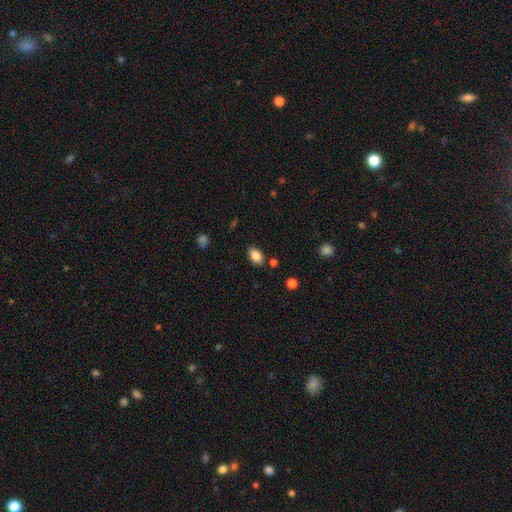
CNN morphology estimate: Q: Smooth or featured?
A: smooth (85%); runner-up: star or artifact (9%)
Q: How rounded?
A: in between (88%); runner-up: round (11%)
Q: Merging?
A: none (83%); runner-up: minor disturbance (11%)